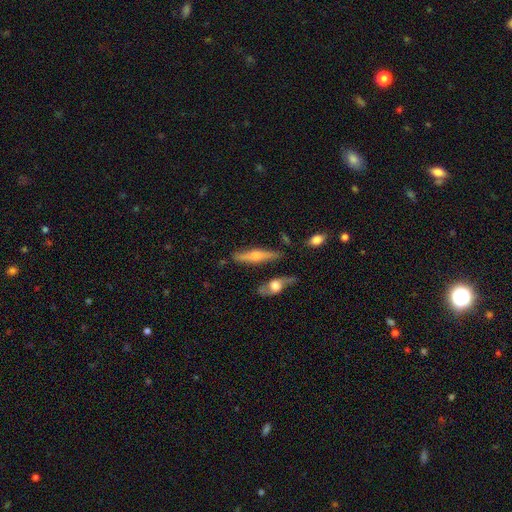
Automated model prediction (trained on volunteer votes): This appears to be a featured or disk galaxy (57%) viewed edge-on (92%) with a rounded central bulge (90%). Merging: none (78%).